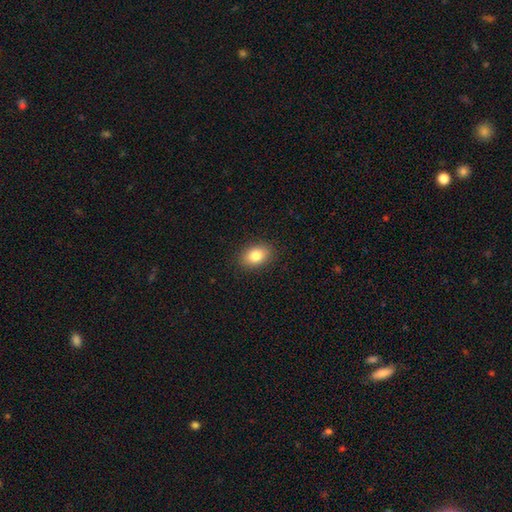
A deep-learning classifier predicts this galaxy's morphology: Smooth or featured? Predicted: smooth (p=0.83). How rounded? Predicted: in between (p=0.81). Merging? Predicted: none (p=0.89).